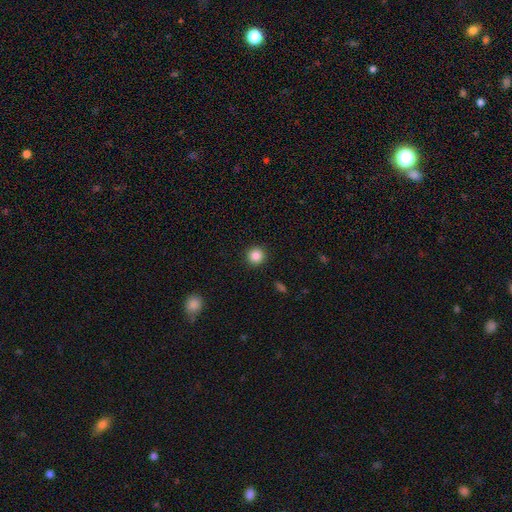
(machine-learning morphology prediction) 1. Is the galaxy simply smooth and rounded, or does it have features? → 86% smooth, 10% star or artifact, 4% featured or disk.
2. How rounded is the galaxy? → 95% round, 5% in between, 1% cigar-shaped.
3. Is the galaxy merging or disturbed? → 92% none, 5% minor disturbance, 2% major disturbance, 1% merger.